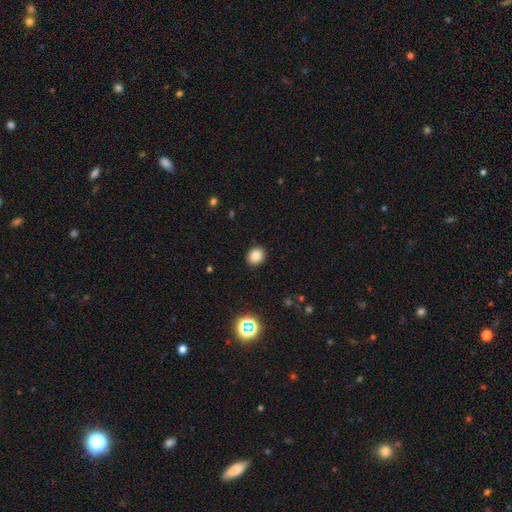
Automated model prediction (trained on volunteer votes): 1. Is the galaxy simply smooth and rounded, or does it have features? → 84% smooth, 12% star or artifact, 4% featured or disk.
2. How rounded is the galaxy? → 69% round, 30% in between, 1% cigar-shaped.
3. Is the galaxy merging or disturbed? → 90% none, 7% minor disturbance, 2% major disturbance, 1% merger.